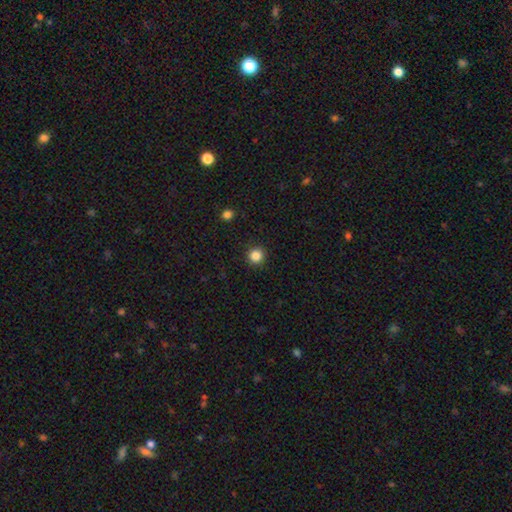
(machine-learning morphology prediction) smooth_or_featured: smooth (p=0.85) [alt: star or artifact p=0.11]
how_rounded: round (p=0.94) [alt: in between p=0.05]
merging: none (p=0.92) [alt: minor disturbance p=0.05]